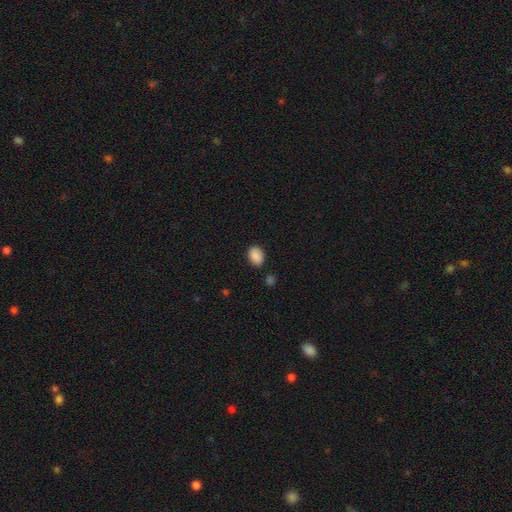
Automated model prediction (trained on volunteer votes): The model was most divided on "how rounded": in between: 74%, round: 25%, cigar-shaped: 1%. More confident: smooth or featured — smooth (89%); merging — none (82%).